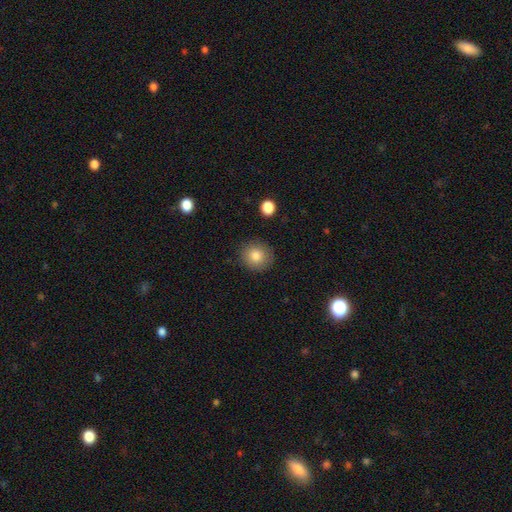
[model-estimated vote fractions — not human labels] Q: Smooth or featured?
A: smooth (82%); runner-up: star or artifact (10%)
Q: How rounded?
A: round (90%); runner-up: in between (10%)
Q: Merging?
A: none (89%); runner-up: minor disturbance (8%)